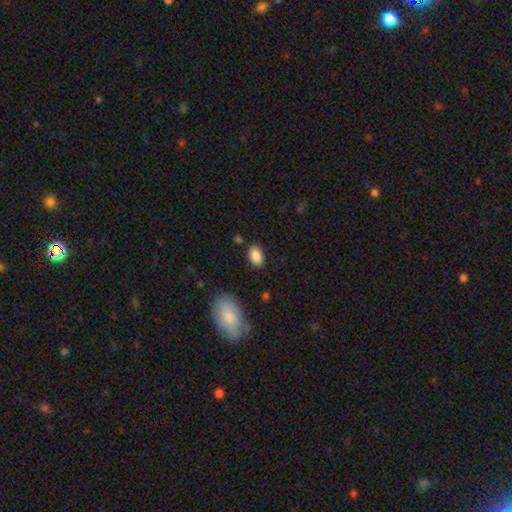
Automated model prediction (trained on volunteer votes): Smooth or featured? smooth (87%)
How rounded? in between (89%)
Merging? none (85%)